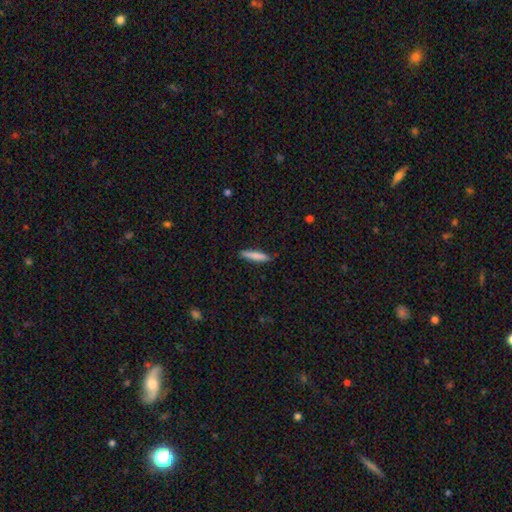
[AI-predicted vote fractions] This appears to be a smooth galaxy with no disk features (79%) that is cigar-shaped (90%). Merging: none (87%).